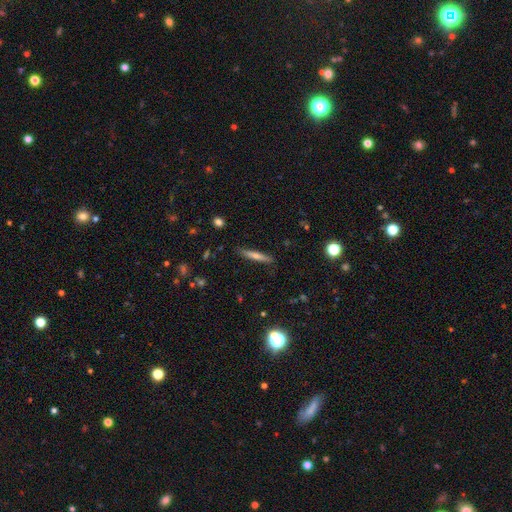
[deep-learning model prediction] Smooth or featured? Predicted: smooth (p=0.47). Merging? Predicted: none (p=0.89).